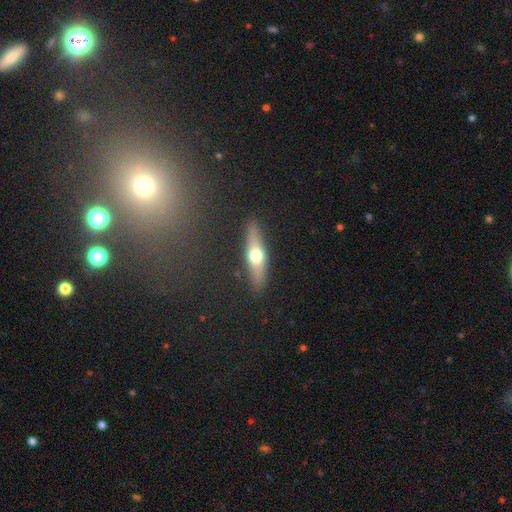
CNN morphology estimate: Overall: smooth (51%; featured or disk 43%). How rounded: cigar-shaped (68%; in between 29%). Merging: none (88%).